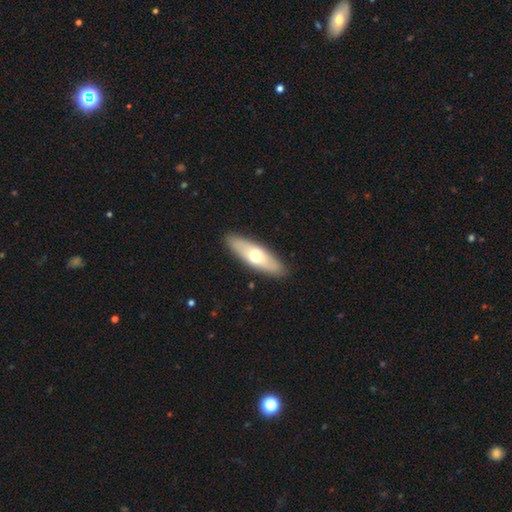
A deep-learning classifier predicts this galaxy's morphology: smooth 57%, featured or disk 38%, star or artifact 5%. Down the decision tree: how rounded — in between (51%); merging — none (89%).